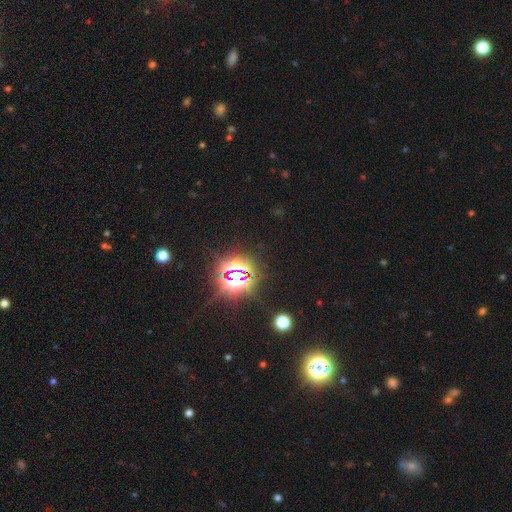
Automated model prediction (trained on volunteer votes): Overall: star or artifact (78%).